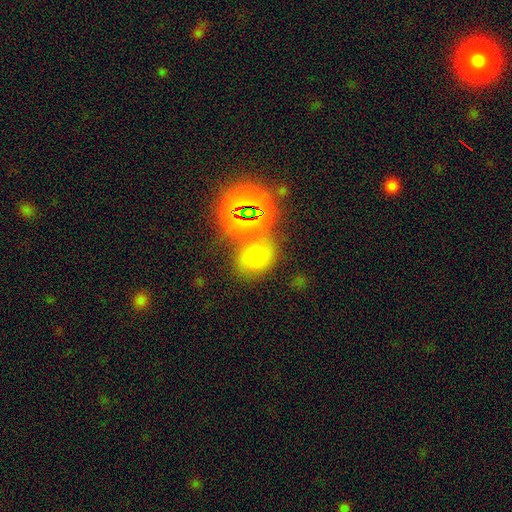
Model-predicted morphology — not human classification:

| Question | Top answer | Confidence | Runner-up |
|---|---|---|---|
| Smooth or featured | smooth | 58% | star or artifact (33%) |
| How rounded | in between | 52% | round (47%) |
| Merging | none | 64% | merger (18%) |